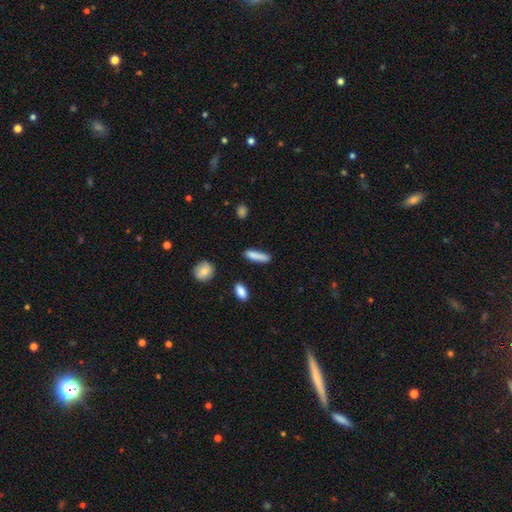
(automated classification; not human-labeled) The model was most divided on "how rounded": cigar-shaped: 81%, in between: 17%, round: 2%. More confident: smooth or featured — smooth (84%); merging — none (80%).